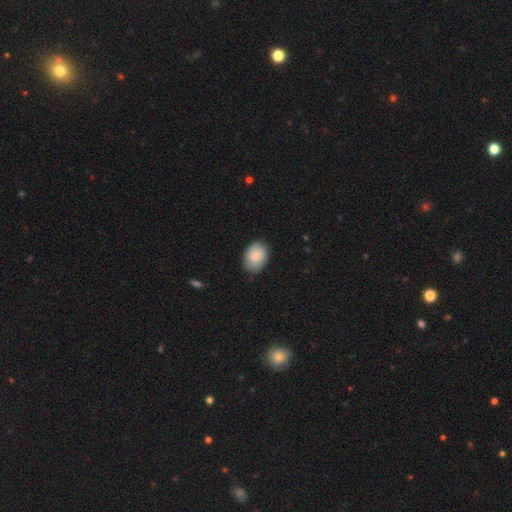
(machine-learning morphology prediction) This is clearly a smooth galaxy (82%). How rounded: likely in between (75%). Merging: likely none (76%).